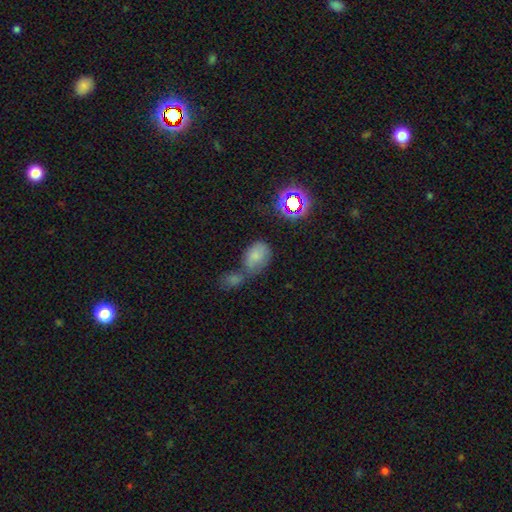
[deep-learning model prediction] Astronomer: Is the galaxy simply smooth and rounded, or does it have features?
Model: smooth — 69%.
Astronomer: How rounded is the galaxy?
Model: in between — 80%.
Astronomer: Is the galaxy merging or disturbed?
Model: merger — 47% (runner-up: none, 27%).